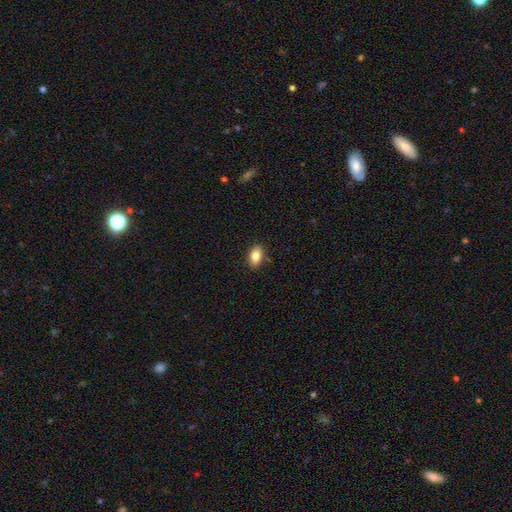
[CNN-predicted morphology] Overall: smooth (85%). How rounded: in between (88%). Merging: none (87%).